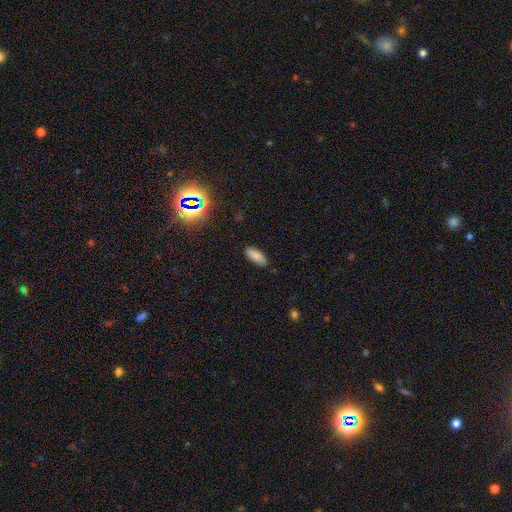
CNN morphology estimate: This is clearly a smooth galaxy (85%). How rounded: clearly in between (81%). Merging: clearly none (85%).